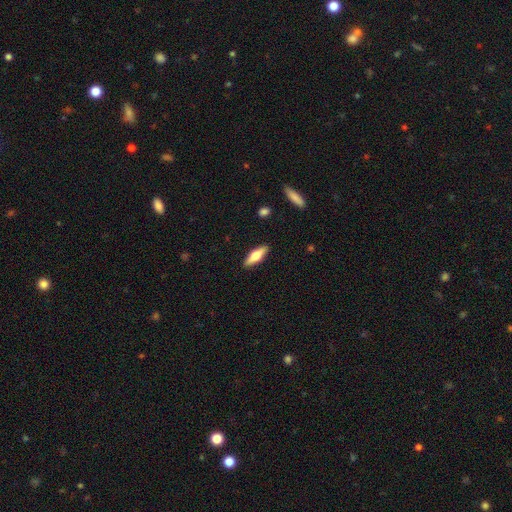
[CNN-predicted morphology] smooth 53%, featured or disk 41%, star or artifact 6%. Down the decision tree: how rounded — cigar-shaped (53%); merging — none (89%).